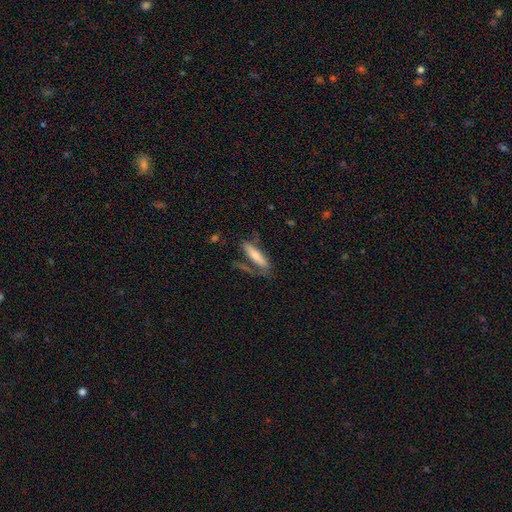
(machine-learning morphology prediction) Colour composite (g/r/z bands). It shows a smooth galaxy with no disk features (60%) that is cigar-shaped (78%). Merging: none (53%).